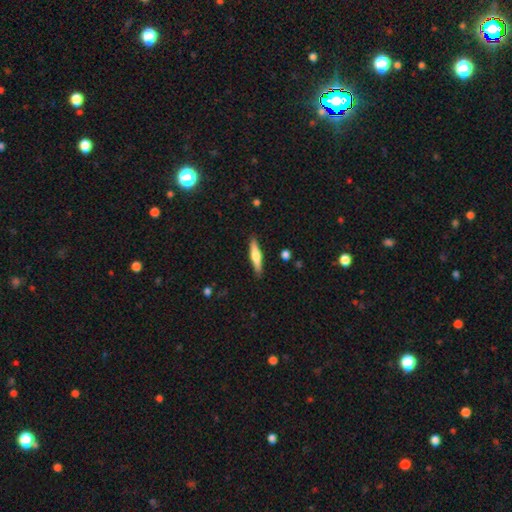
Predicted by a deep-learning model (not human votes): Smooth or featured? smooth (53%)
How rounded? cigar-shaped (84%)
Merging? none (89%)